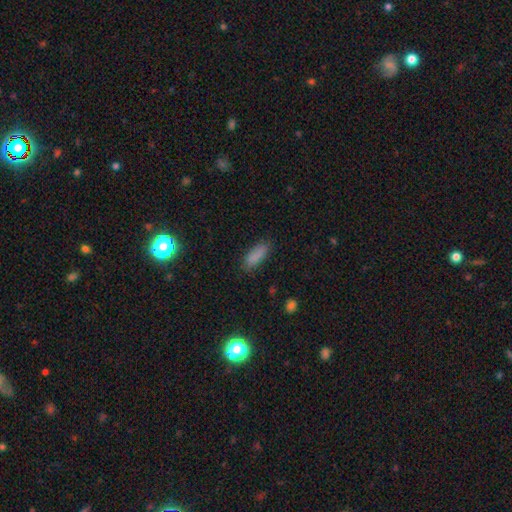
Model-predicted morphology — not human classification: Smooth or featured?
  - smooth: 85% *
  - star or artifact: 9%
  - featured or disk: 6%
How rounded?
  - in between: 62% *
  - cigar-shaped: 36%
  - round: 2%
Merging?
  - none: 82% *
  - minor disturbance: 14%
  - major disturbance: 3%
  - merger: 1%